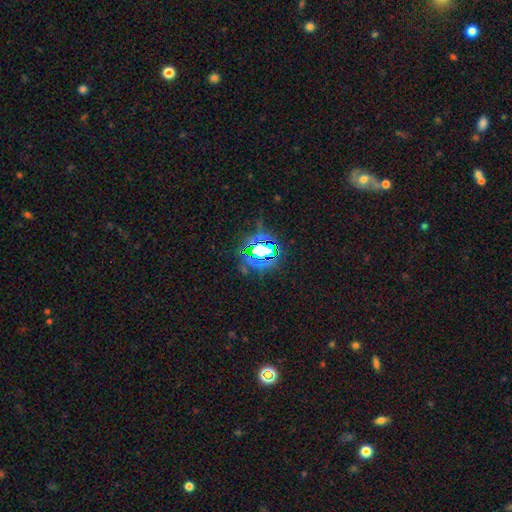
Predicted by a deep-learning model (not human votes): smooth_or_featured: star or artifact (p=0.72) [alt: smooth p=0.17]